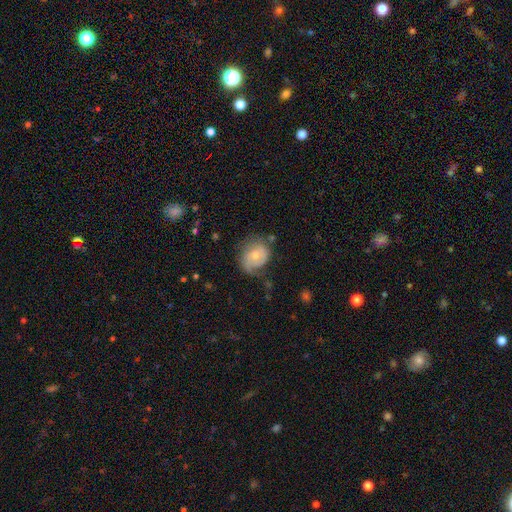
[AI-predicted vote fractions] This appears to be a featured or disk galaxy (58%) with no bar (74%), spiral arms (81%) and a moderate central bulge (51%). Merging: none (53%).